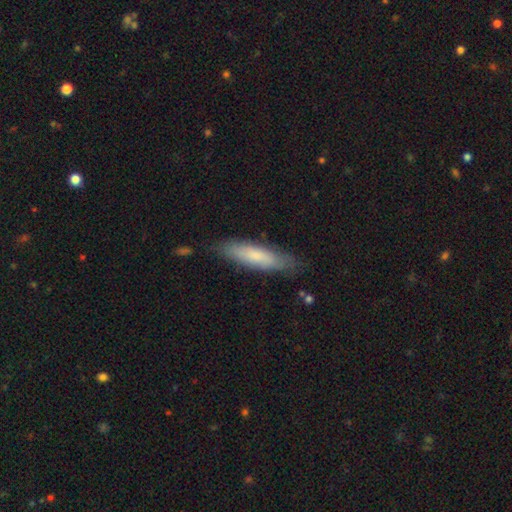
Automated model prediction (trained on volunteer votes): Smooth or featured? Predicted: smooth (p=0.71). How rounded? Predicted: cigar-shaped (p=0.68). Merging? Predicted: none (p=0.79).